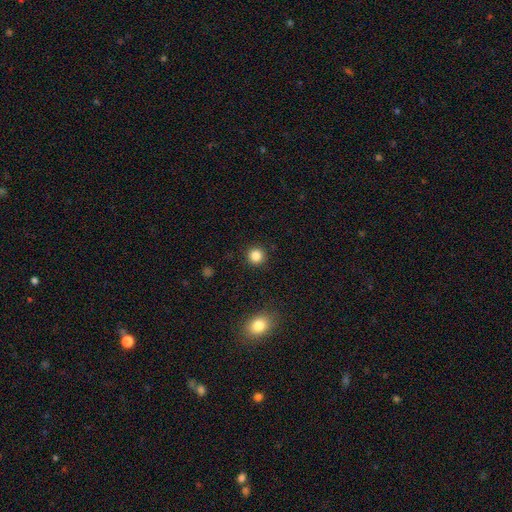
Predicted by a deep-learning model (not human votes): Smooth or featured? smooth (84%)
How rounded? round (94%)
Merging? none (92%)